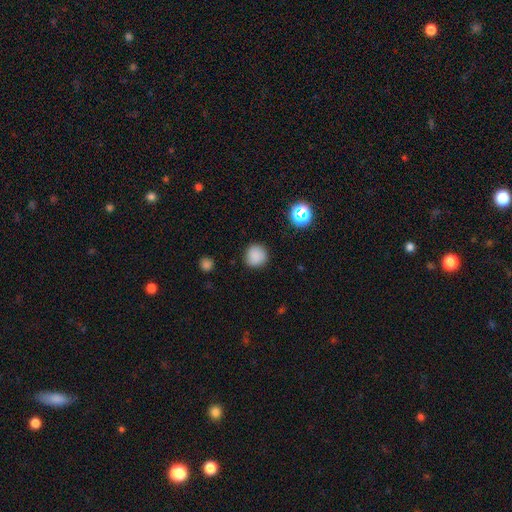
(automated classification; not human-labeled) Smooth or featured?
  - smooth: 84% *
  - star or artifact: 12%
  - featured or disk: 4%
How rounded?
  - round: 92% *
  - in between: 7%
  - cigar-shaped: 1%
Merging?
  - none: 87% *
  - minor disturbance: 9%
  - major disturbance: 3%
  - merger: 1%